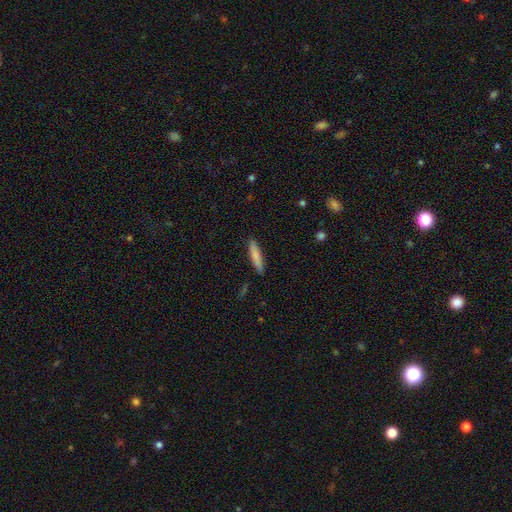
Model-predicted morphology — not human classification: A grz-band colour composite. It shows a smooth galaxy with no disk features (82%) that is cigar-shaped (85%). Merging: none (89%).